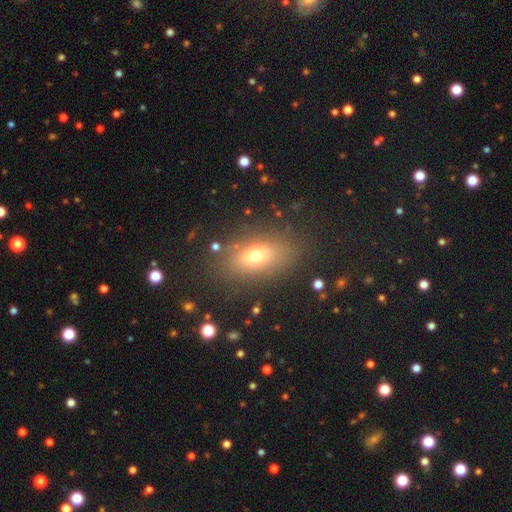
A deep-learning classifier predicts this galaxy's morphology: type=smooth (66%); roundness=in between (78%); merging=none (81%).